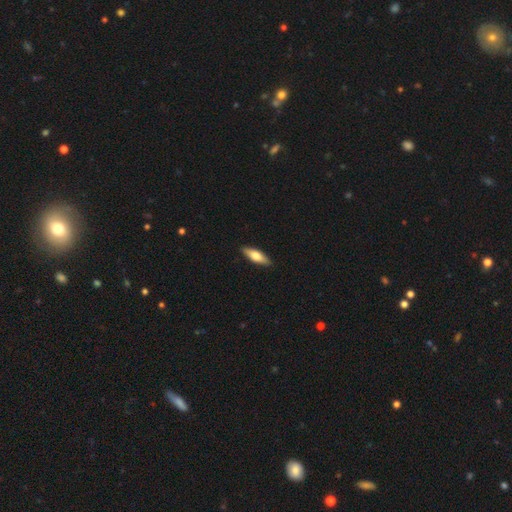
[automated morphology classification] Smooth or featured: smooth — 64% (featured or disk — 31%)
How rounded: cigar-shaped — 49% (tied with in between — 49%)
Merging: none — 89% (minor disturbance — 8%)